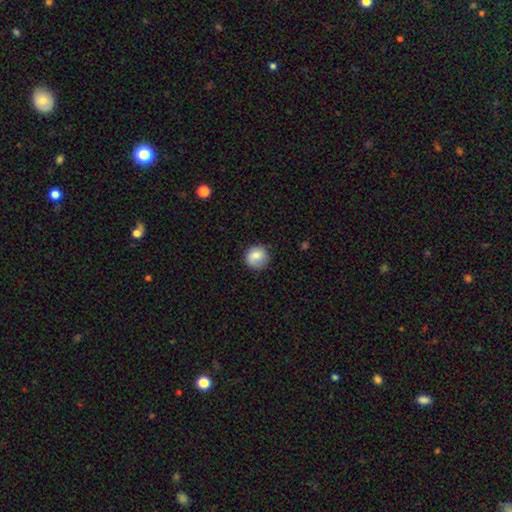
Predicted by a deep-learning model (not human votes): smooth_or_featured: smooth (p=0.79) [alt: featured or disk p=0.14]
how_rounded: round (p=0.90) [alt: in between p=0.09]
merging: none (p=0.79) [alt: minor disturbance p=0.15]